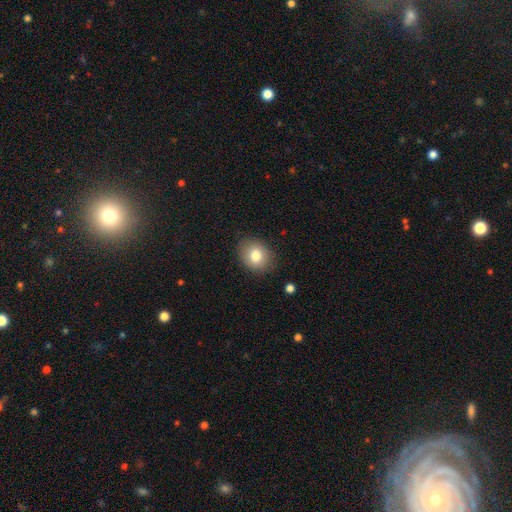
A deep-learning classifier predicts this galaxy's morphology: This appears to be a smooth galaxy with no disk features (80%) that is round (53%). Merging: none (84%).